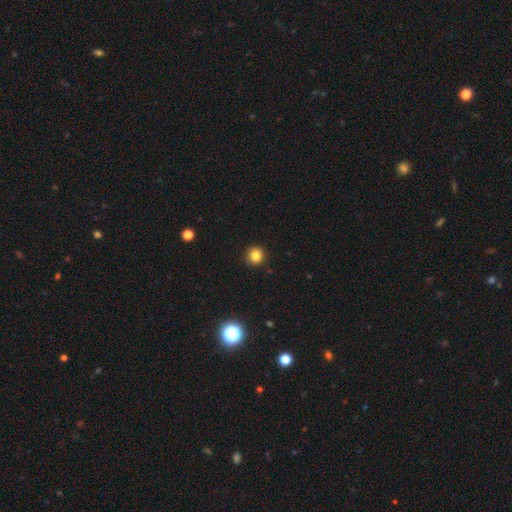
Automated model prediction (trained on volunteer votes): smooth_or_featured: smooth (p=0.82) [alt: star or artifact p=0.12]
how_rounded: round (p=0.91) [alt: in between p=0.08]
merging: none (p=0.91) [alt: minor disturbance p=0.07]